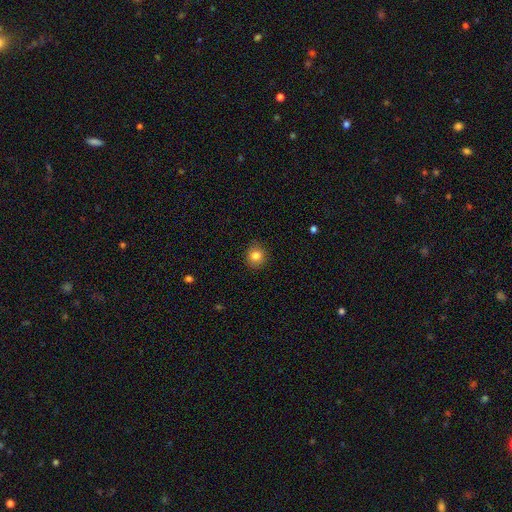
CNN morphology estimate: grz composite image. It shows a smooth galaxy with no disk features (83%) that is round (85%). Merging: none (87%).